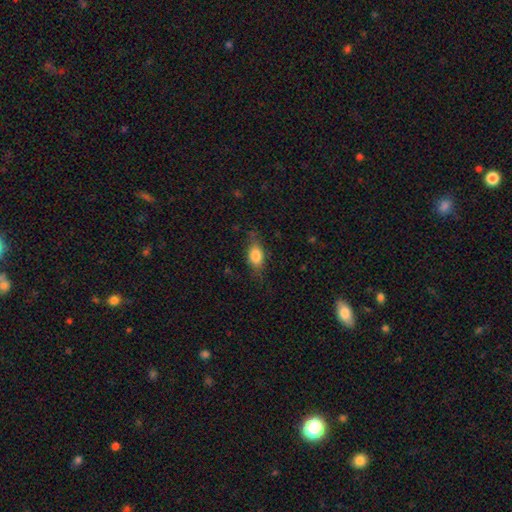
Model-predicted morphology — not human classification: Smooth or featured? smooth (78%)
How rounded? in between (80%)
Merging? none (71%)